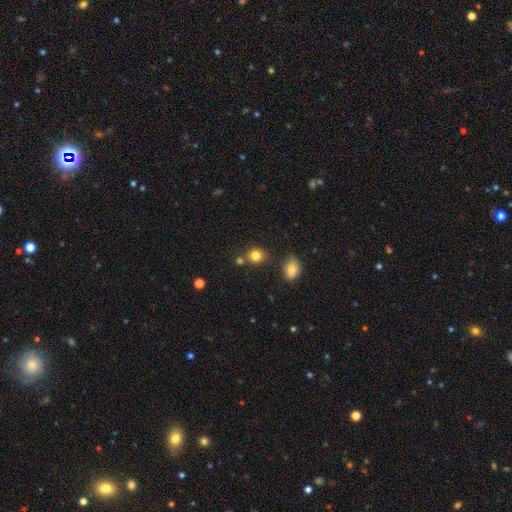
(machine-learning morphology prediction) This is clearly a smooth galaxy (82%). How rounded: clearly round (80%). Merging: likely none (72%).